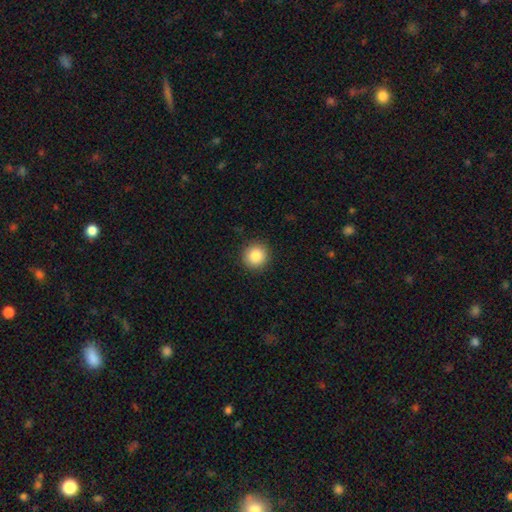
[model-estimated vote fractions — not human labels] Q: Smooth or featured?
A: smooth (86%); runner-up: star or artifact (9%)
Q: How rounded?
A: round (94%); runner-up: in between (6%)
Q: Merging?
A: none (91%); runner-up: minor disturbance (6%)